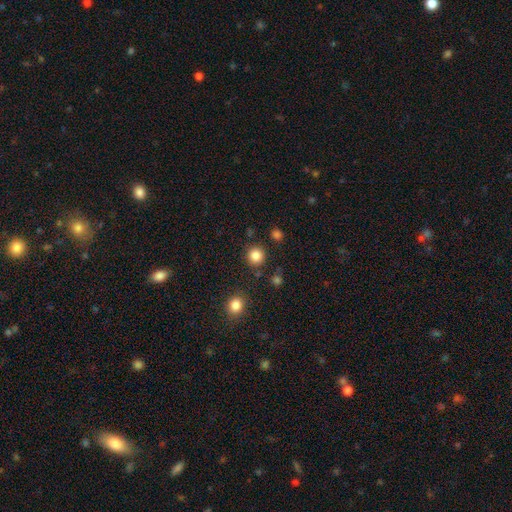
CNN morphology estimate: A smooth galaxy with no disk features (85%) that is round (93%).

Vote fractions:
- Smooth or featured? smooth: 85% / star or artifact: 11% / featured or disk: 4%
- How rounded? round: 93% / in between: 6% / cigar-shaped: 1%
- Merging? none: 87% / minor disturbance: 6% / merger: 3% / major disturbance: 3%